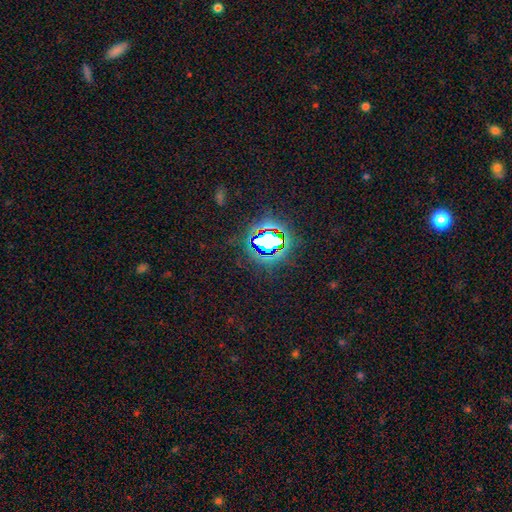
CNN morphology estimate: Smooth or featured?
  - star or artifact: 82% *
  - smooth: 11%
  - featured or disk: 7%